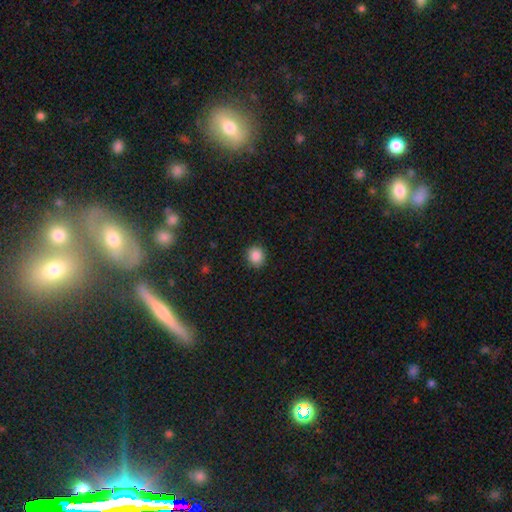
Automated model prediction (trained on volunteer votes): A smooth galaxy with no disk features (87%) that is round (83%). Merging: none (89%).